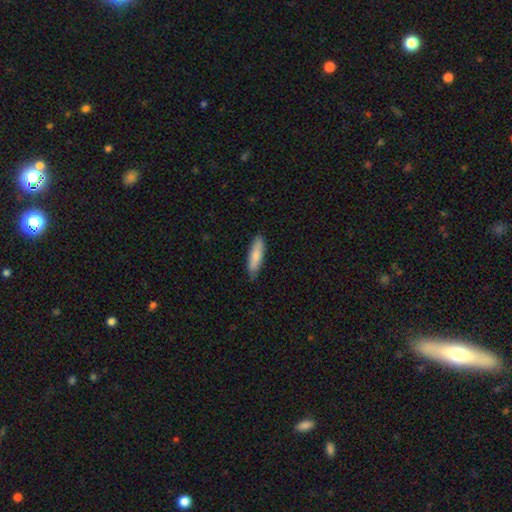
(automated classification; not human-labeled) Smooth or featured: smooth — 83% (featured or disk — 11%)
How rounded: cigar-shaped — 64% (in between — 34%)
Merging: none — 83% (minor disturbance — 14%)